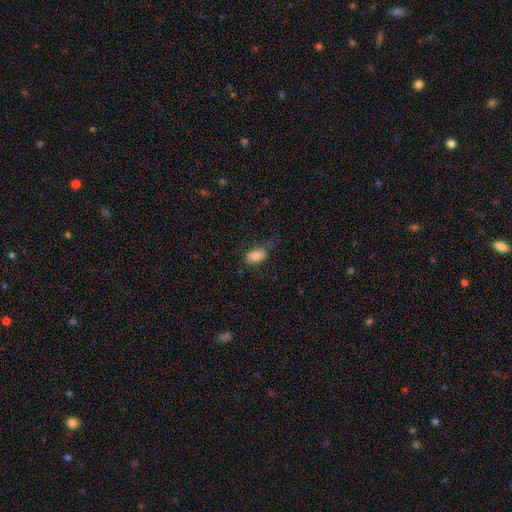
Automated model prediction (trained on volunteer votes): smooth-or-featured: smooth: 80% | featured or disk: 12% | star or artifact: 8%
  how-rounded: in between: 88% | round: 10% | cigar-shaped: 2%
  merging: none: 69% | minor disturbance: 23% | major disturbance: 7% | merger: 2%